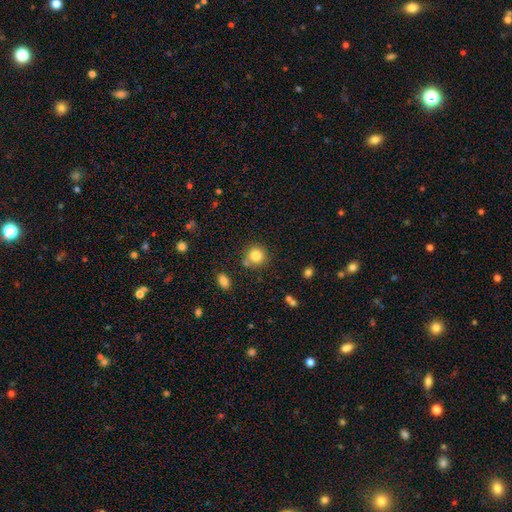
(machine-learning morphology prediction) Q: Smooth or featured?
A: smooth (81%); runner-up: star or artifact (11%)
Q: How rounded?
A: round (90%); runner-up: in between (9%)
Q: Merging?
A: none (76%); runner-up: minor disturbance (11%)